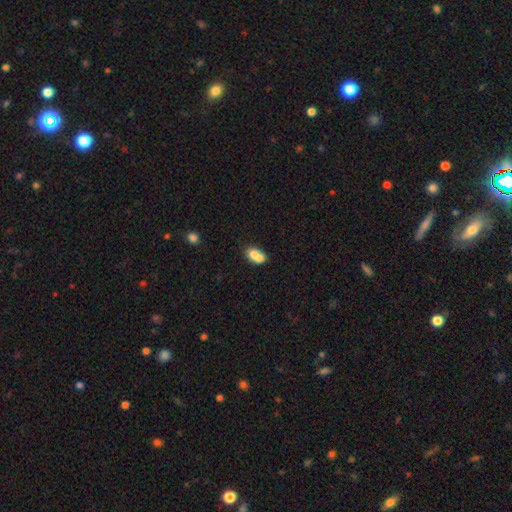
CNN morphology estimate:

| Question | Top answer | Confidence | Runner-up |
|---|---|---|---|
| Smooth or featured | smooth | 71% | featured or disk (19%) |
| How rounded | in between | 71% | round (26%) |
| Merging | merger | 57% | none (28%) |